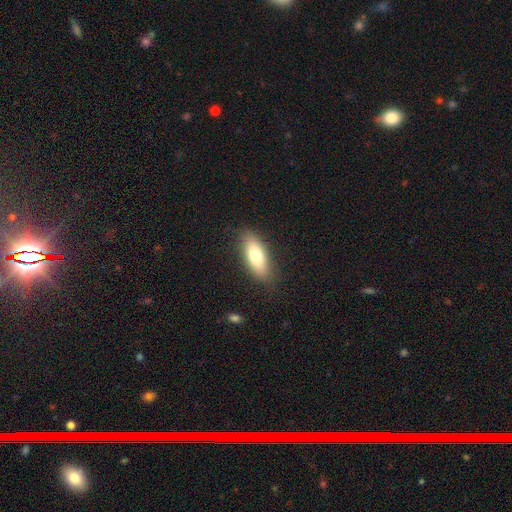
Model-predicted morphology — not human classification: Smooth or featured? Predicted: smooth (p=0.75). How rounded? Predicted: in between (p=0.69). Merging? Predicted: none (p=0.85).